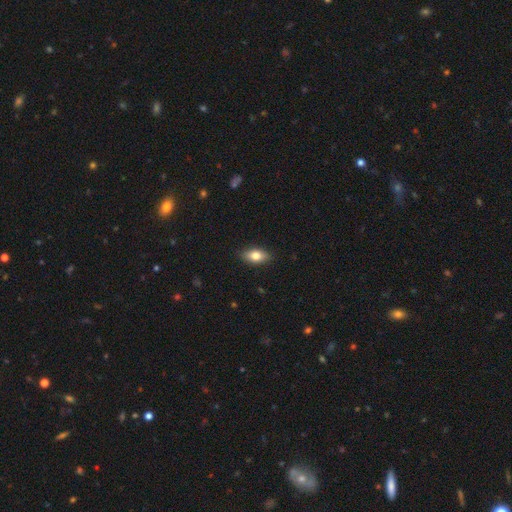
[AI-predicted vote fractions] Smooth or featured? Predicted: smooth (p=0.75). How rounded? Predicted: in between (p=0.85). Merging? Predicted: none (p=0.87).